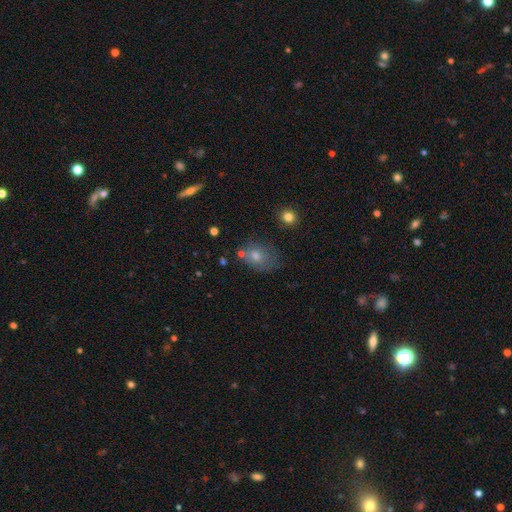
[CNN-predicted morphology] A smooth galaxy with no disk features (57%) that is in between round and cigar-shaped (58%).

Vote fractions:
- Smooth or featured? smooth: 57% / featured or disk: 24% / star or artifact: 19%
- How rounded? in between: 58% / round: 40% / cigar-shaped: 2%
- Merging? none: 60% / minor disturbance: 22% / major disturbance: 9% / merger: 9%